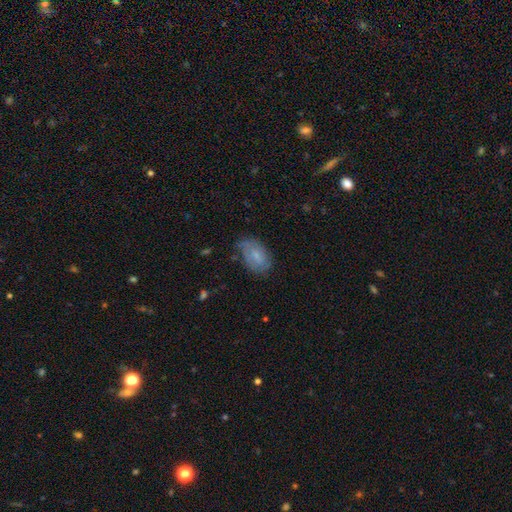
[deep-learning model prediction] Smooth or featured? Predicted: smooth (p=0.60). How rounded? Predicted: in between (p=0.89). Merging? Predicted: none (p=0.59).